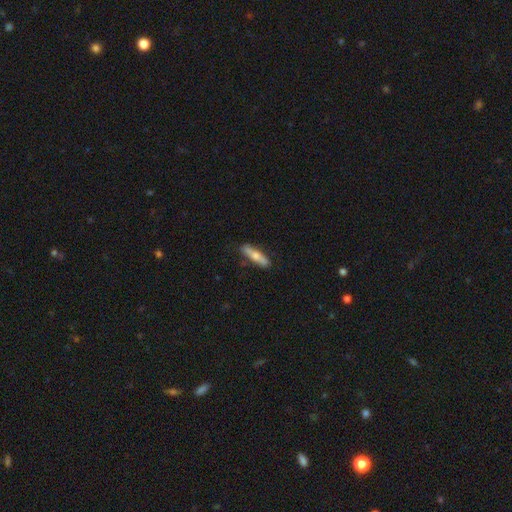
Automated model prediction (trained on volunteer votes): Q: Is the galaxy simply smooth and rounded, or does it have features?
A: smooth — 57%.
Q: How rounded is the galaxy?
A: cigar-shaped — 76%.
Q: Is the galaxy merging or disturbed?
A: none — 85%.